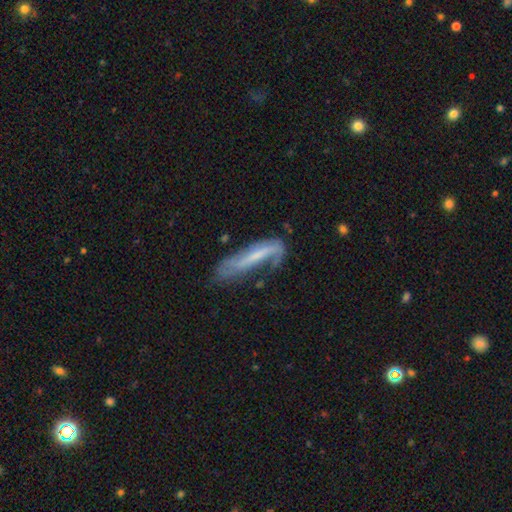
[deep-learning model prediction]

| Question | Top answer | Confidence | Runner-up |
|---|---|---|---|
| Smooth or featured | featured or disk | 55% | smooth (37%) |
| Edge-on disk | no | 61% | yes (39%) |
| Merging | none | 38% | minor disturbance (29%) |